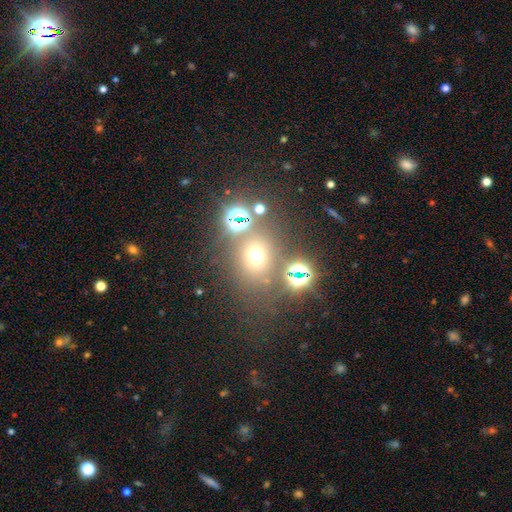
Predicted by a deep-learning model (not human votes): smooth 56%, star or artifact 34%, featured or disk 10%. Down the decision tree: how rounded — round (76%); merging — none (68%).